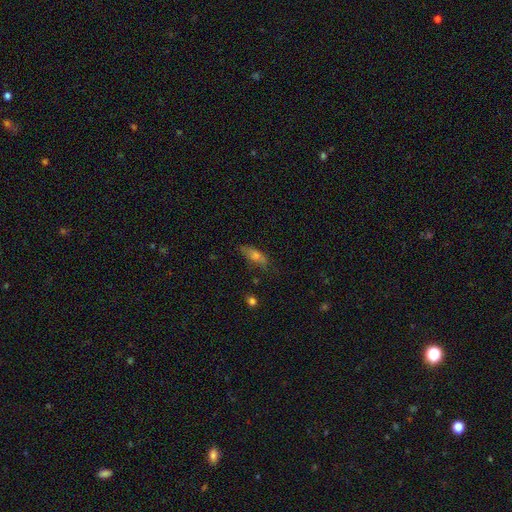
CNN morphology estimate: smooth 58%, featured or disk 30%, star or artifact 12%. Down the decision tree: how rounded — in between (53%); merging — none (71%).